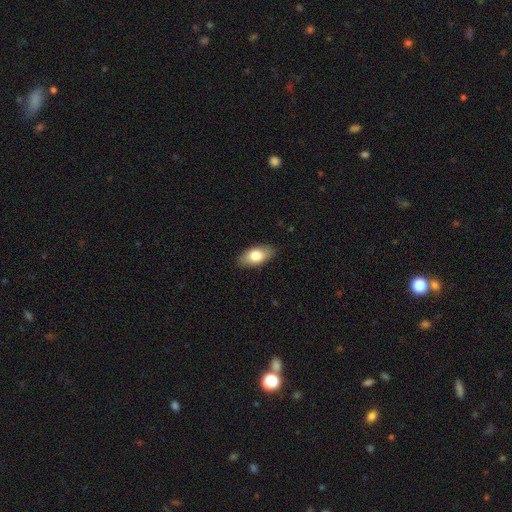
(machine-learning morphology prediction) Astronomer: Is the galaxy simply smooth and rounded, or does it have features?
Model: smooth — 78%.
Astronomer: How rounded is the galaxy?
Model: in between — 92%.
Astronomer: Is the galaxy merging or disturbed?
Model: none — 87%.